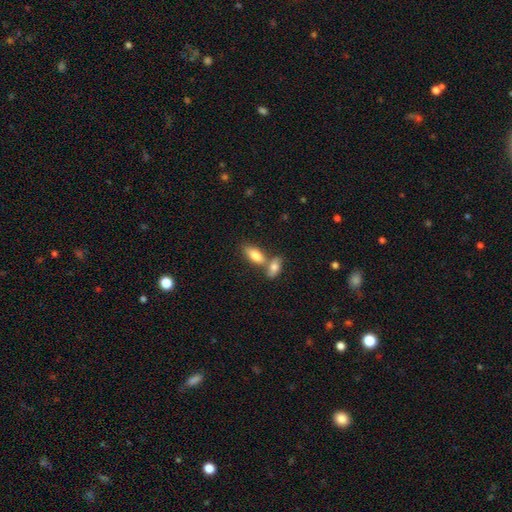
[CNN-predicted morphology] This is clearly a smooth galaxy (80%). How rounded: clearly in between (85%). Merging: possibly merger (46%).